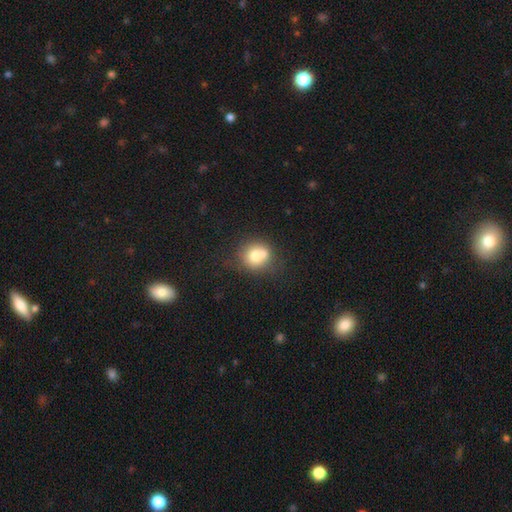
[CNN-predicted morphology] Smooth or featured?
  - smooth: 72% *
  - featured or disk: 18%
  - star or artifact: 11%
How rounded?
  - round: 80% *
  - in between: 19%
  - cigar-shaped: 1%
Merging?
  - none: 50% *
  - merger: 31%
  - minor disturbance: 14%
  - major disturbance: 5%